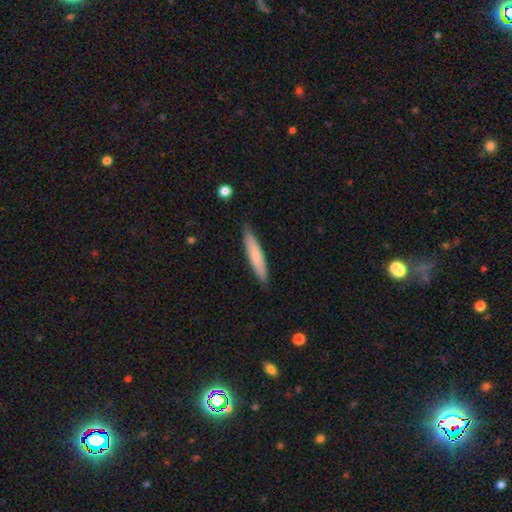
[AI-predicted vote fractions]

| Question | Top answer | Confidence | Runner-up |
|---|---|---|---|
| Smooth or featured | smooth | 72% | featured or disk (22%) |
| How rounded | cigar-shaped | 91% | in between (7%) |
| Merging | none | 88% | minor disturbance (9%) |